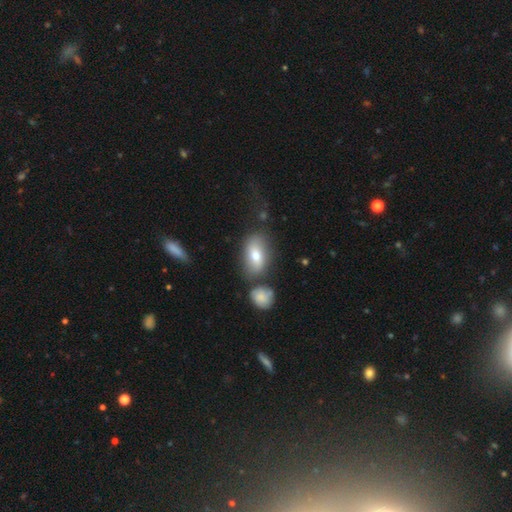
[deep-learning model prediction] This is likely a smooth galaxy (68%). How rounded: clearly in between (87%). Merging: likely none (62%).